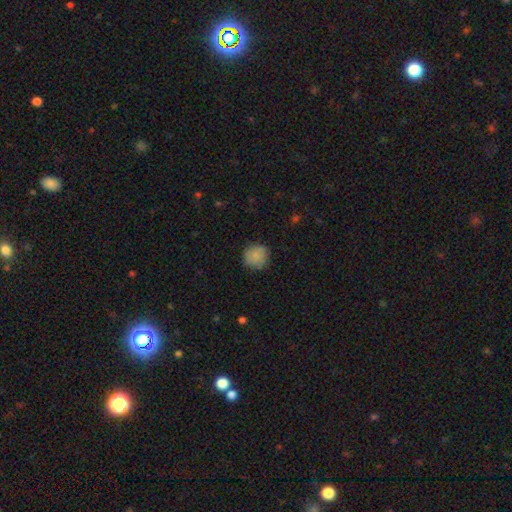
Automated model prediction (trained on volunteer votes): A smooth galaxy with no disk features (84%) that is round (91%).

Vote fractions:
- Smooth or featured? smooth: 84% / featured or disk: 8% / star or artifact: 8%
- How rounded? round: 91% / in between: 8% / cigar-shaped: 1%
- Merging? none: 82% / minor disturbance: 14% / major disturbance: 3% / merger: 1%